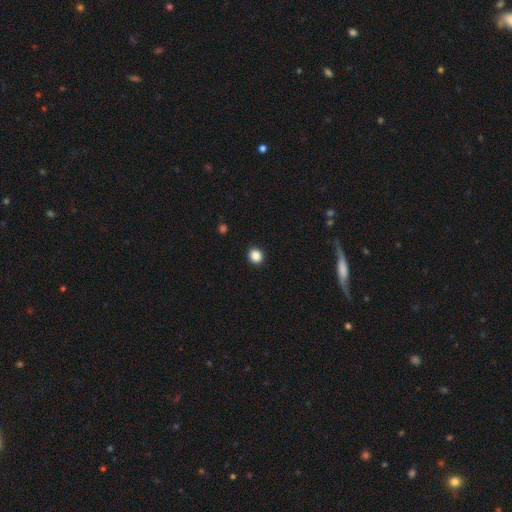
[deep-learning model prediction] Smooth or featured?
  - smooth: 87% *
  - star or artifact: 11%
  - featured or disk: 3%
How rounded?
  - round: 85% *
  - in between: 14%
  - cigar-shaped: 1%
Merging?
  - none: 92% *
  - minor disturbance: 5%
  - major disturbance: 2%
  - merger: 1%